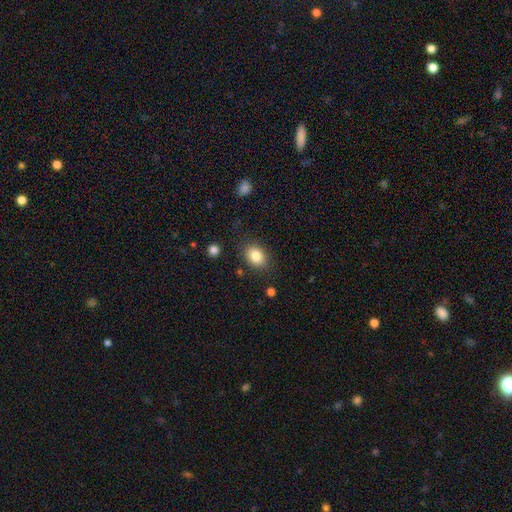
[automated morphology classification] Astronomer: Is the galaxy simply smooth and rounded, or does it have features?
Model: smooth — 84%.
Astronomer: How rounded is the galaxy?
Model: in between — 71%.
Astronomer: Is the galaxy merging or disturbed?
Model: none — 84%.